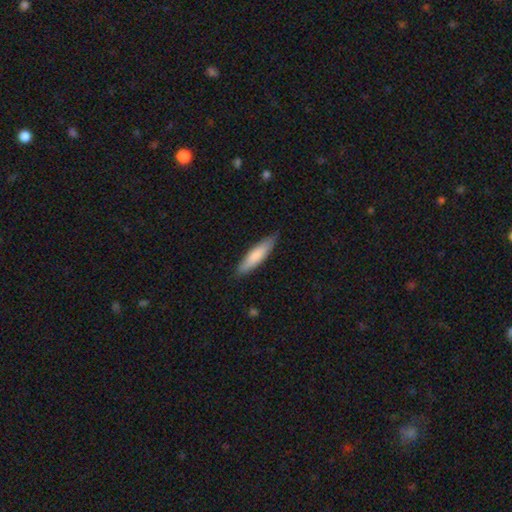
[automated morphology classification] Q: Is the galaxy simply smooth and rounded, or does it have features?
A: smooth — 79%.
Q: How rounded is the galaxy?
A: cigar-shaped — 72%.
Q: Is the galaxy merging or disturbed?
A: none — 84%.